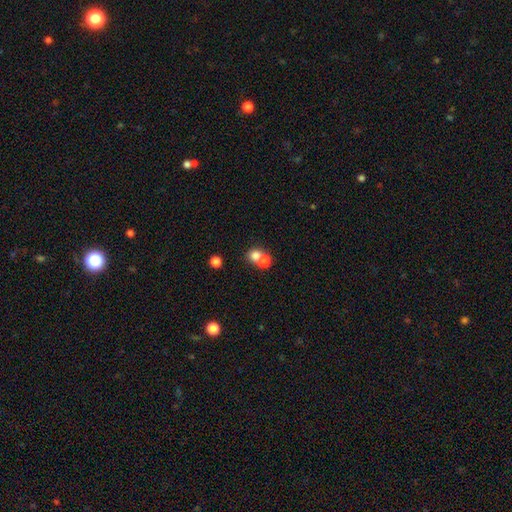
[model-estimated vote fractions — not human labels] This is likely a smooth galaxy (74%). How rounded: clearly round (81%). Merging: possibly merger (60%).